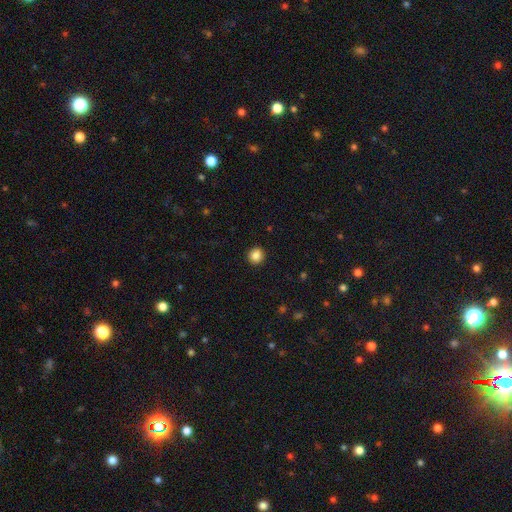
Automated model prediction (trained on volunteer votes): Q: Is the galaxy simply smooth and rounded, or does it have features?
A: smooth — 86%.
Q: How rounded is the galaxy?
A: round — 92%.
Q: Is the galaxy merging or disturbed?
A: none — 92%.